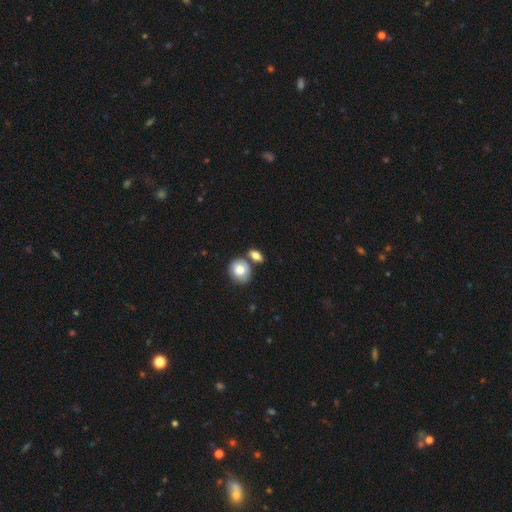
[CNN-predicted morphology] Overall: smooth (79%). How rounded: in between (59%; round 35%). Merging: none (58%; merger 25%).